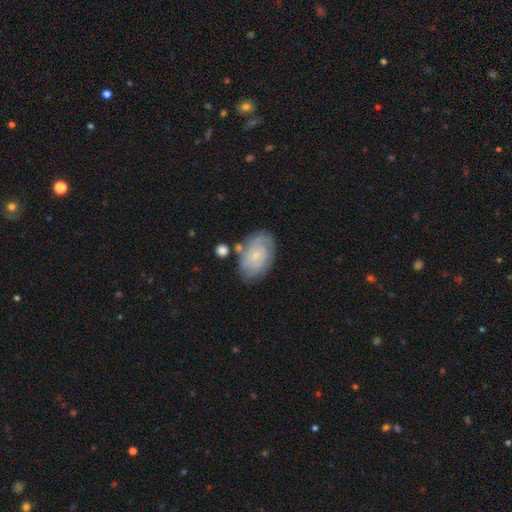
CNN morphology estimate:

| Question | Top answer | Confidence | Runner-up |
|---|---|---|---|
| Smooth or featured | featured or disk | 69% | smooth (24%) |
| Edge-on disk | no | 97% | yes (3%) |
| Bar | no | 74% | weak (22%) |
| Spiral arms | yes | 90% | no (10%) |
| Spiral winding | tight | 68% | medium (25%) |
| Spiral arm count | can't tell | 40% | 2 (30%) |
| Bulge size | small | 74% | moderate (17%) |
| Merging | none | 71% | minor disturbance (17%) |